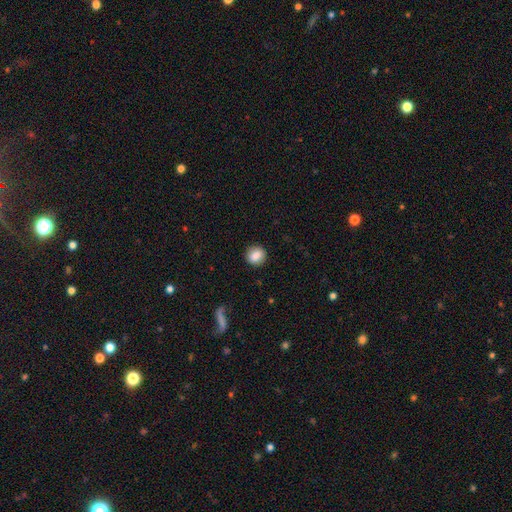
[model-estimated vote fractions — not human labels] This is clearly a smooth galaxy (85%). How rounded: clearly round (82%). Merging: clearly none (90%).